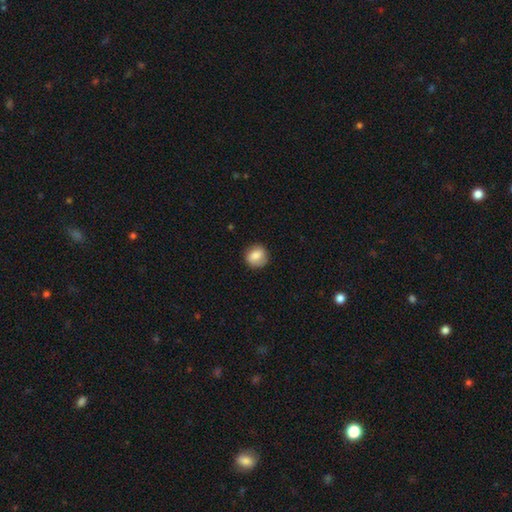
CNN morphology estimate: Smooth or featured?
  - smooth: 81% *
  - featured or disk: 11%
  - star or artifact: 8%
How rounded?
  - round: 85% *
  - in between: 14%
  - cigar-shaped: 1%
Merging?
  - none: 83% *
  - minor disturbance: 12%
  - major disturbance: 3%
  - merger: 1%